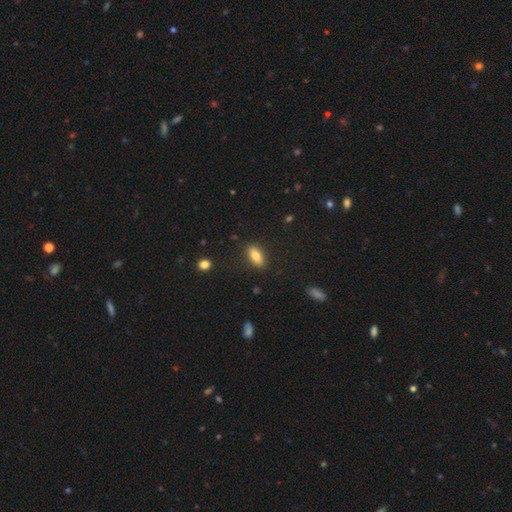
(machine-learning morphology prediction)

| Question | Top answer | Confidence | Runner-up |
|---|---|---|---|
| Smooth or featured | smooth | 80% | featured or disk (13%) |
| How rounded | in between | 78% | cigar-shaped (19%) |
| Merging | none | 86% | minor disturbance (10%) |